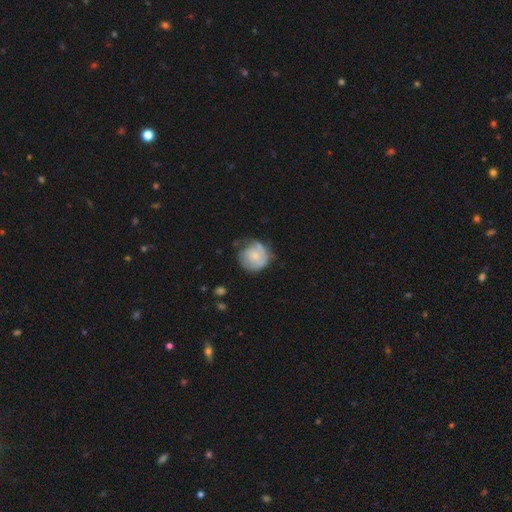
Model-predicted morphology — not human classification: type=smooth (52%); roundness=round (88%); merging=none (56%).